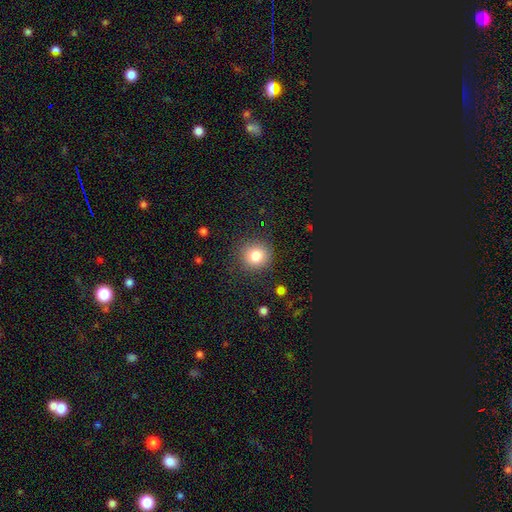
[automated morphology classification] smooth-or-featured: smooth: 81% | star or artifact: 11% | featured or disk: 8%
  how-rounded: round: 90% | in between: 9% | cigar-shaped: 1%
  merging: none: 87% | minor disturbance: 8% | major disturbance: 3% | merger: 1%